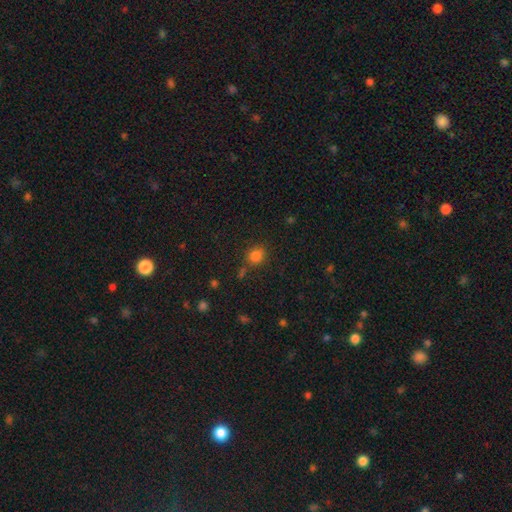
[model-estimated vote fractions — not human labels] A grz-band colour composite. It shows a smooth galaxy with no disk features (81%) that is round (78%). Merging: none (76%).